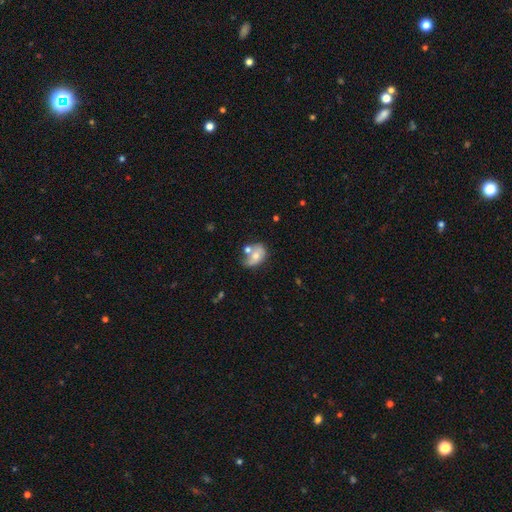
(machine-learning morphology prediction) smooth 57%, featured or disk 34%, star or artifact 9%. Down the decision tree: how rounded — in between (77%); merging — none (35%).